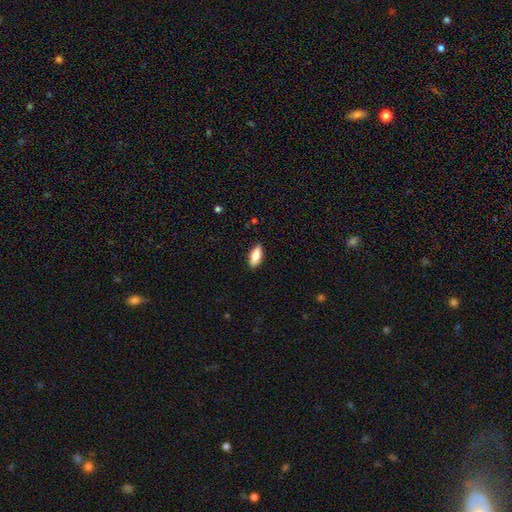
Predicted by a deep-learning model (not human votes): The model was most divided on "how rounded": in between: 80%, cigar-shaped: 18%, round: 2%. More confident: merging — none (88%); smooth or featured — smooth (81%).